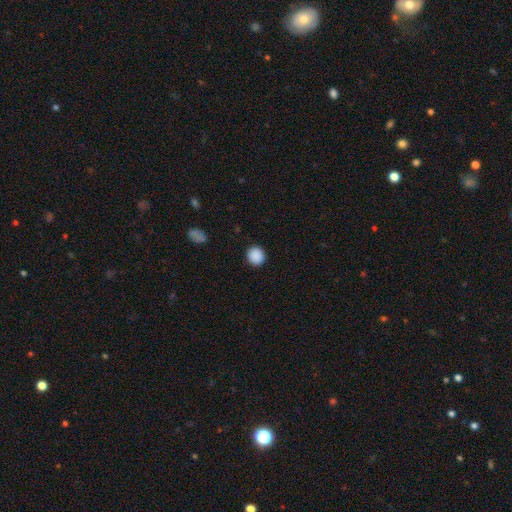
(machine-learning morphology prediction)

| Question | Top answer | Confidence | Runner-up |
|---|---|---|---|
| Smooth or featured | smooth | 89% | star or artifact (8%) |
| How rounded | round | 93% | in between (6%) |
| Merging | none | 92% | minor disturbance (5%) |